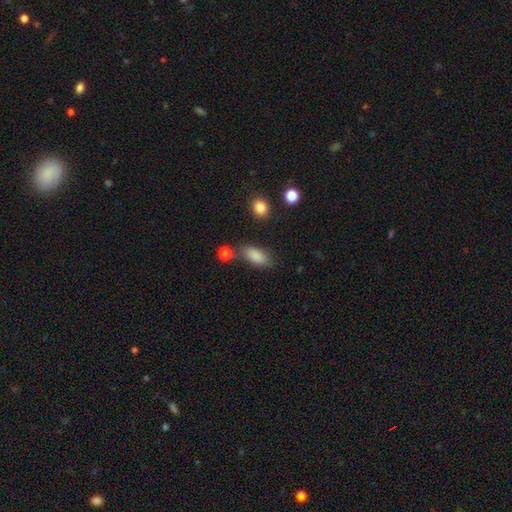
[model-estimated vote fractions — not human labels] Smooth or featured?
  - smooth: 86% *
  - star or artifact: 8%
  - featured or disk: 6%
How rounded?
  - in between: 87% *
  - cigar-shaped: 8%
  - round: 5%
Merging?
  - none: 67% *
  - minor disturbance: 18%
  - merger: 10%
  - major disturbance: 6%